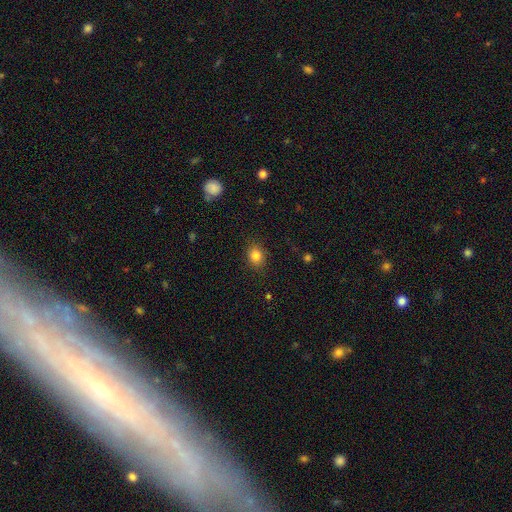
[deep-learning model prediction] smooth 83%, star or artifact 11%, featured or disk 6%. Down the decision tree: how rounded — round (59%); merging — none (85%).